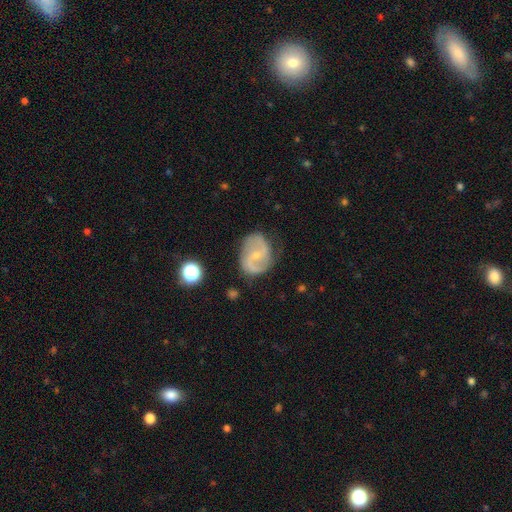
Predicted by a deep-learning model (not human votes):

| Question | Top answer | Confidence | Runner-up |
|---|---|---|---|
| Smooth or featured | featured or disk | 77% | smooth (16%) |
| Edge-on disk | no | 97% | yes (3%) |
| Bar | weak | 44% | no (42%) |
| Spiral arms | yes | 91% | no (9%) |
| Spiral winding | medium | 46% | loose (34%) |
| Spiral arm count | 2 | 86% | can't tell (7%) |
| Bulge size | small | 68% | moderate (27%) |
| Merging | none | 72% | minor disturbance (19%) |